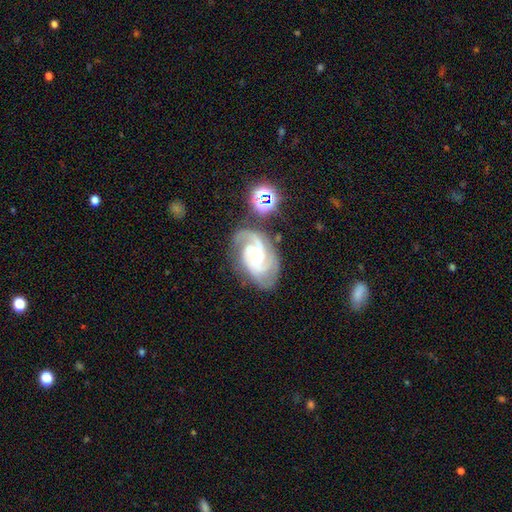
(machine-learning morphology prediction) Overall: featured or disk (87%). Edge-on disk: no (97%). Bar: no (59%; weak 34%). Spiral arms: yes (98%). Spiral arm count: 3 (48%; 2 24%). Spiral winding: medium (46%; tight 44%). Bulge size: small (54%; moderate 38%). Merging: none (65%).